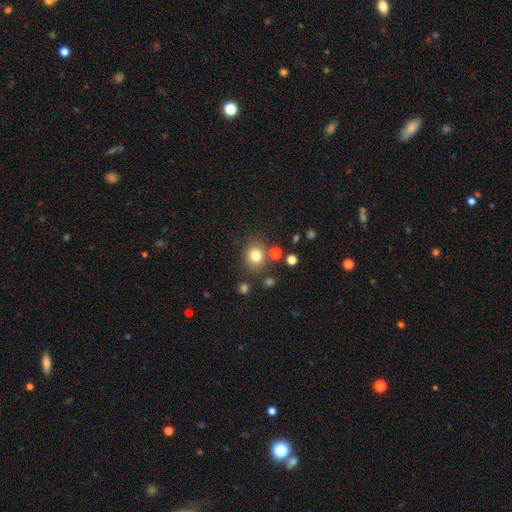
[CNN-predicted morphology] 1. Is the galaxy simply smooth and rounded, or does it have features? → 79% smooth, 13% star or artifact, 8% featured or disk.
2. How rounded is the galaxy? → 74% round, 26% in between, 1% cigar-shaped.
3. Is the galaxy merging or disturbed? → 78% none, 11% minor disturbance, 7% merger, 4% major disturbance.